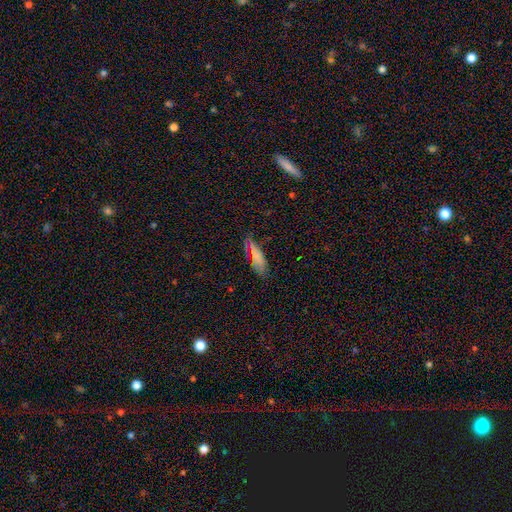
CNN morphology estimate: This appears to be a smooth galaxy with no disk features (74%) that is in between round and cigar-shaped (59%). Merging: none (79%).